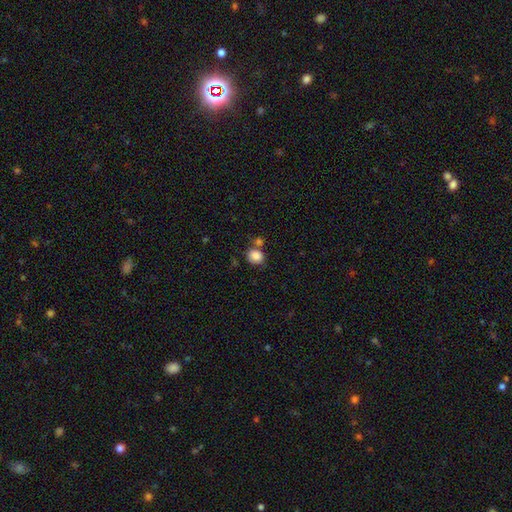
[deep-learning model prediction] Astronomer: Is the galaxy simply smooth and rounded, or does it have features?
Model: smooth — 85%.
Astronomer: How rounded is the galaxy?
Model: round — 71%.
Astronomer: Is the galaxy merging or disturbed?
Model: none — 59%.